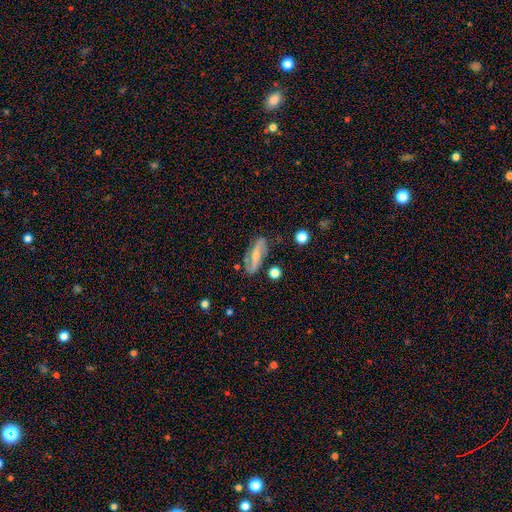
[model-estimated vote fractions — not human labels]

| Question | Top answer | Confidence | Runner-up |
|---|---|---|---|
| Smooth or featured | featured or disk | 68% | smooth (25%) |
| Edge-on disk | no | 86% | yes (14%) |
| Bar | strong | 36% | no (33%) |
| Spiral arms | yes | 88% | no (12%) |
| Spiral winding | loose | 48% | medium (34%) |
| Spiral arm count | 2 | 89% | can't tell (6%) |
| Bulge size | small | 57% | moderate (34%) |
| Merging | none | 76% | minor disturbance (16%) |